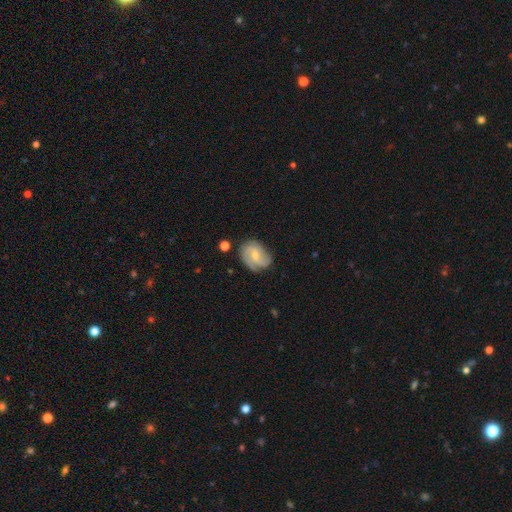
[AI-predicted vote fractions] Overall: featured or disk (74%). Edge-on disk: no (97%). Bar: no (53%; weak 39%). Spiral arms: yes (94%). Spiral arm count: 2 (43%; 3 28%). Spiral winding: medium (44%; tight 35%). Bulge size: small (55%; moderate 40%). Merging: none (68%).